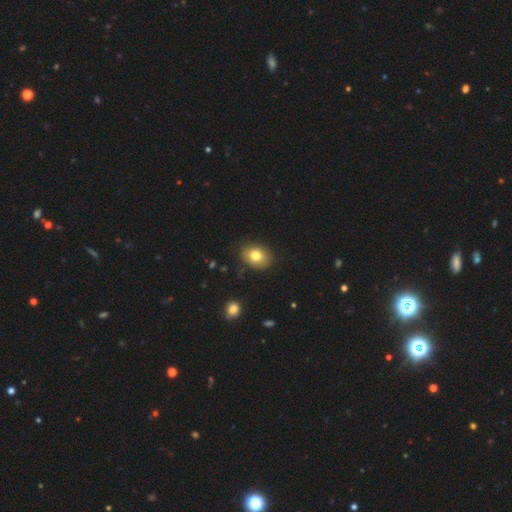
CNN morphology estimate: A smooth galaxy with no disk features (78%) that is in between round and cigar-shaped (66%).

Vote fractions:
- Smooth or featured? smooth: 78% / featured or disk: 12% / star or artifact: 9%
- How rounded? in between: 66% / round: 33% / cigar-shaped: 1%
- Merging? none: 83% / minor disturbance: 13% / major disturbance: 3% / merger: 1%